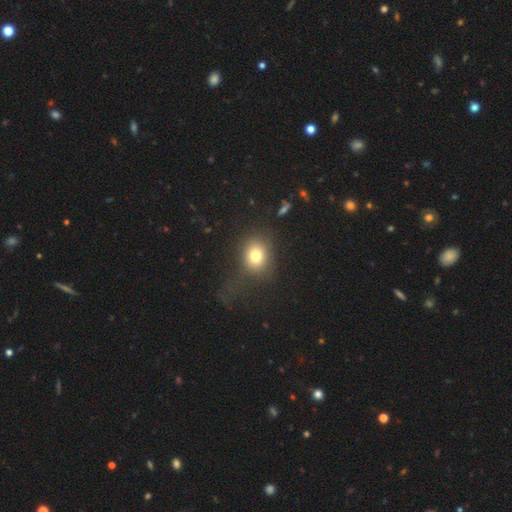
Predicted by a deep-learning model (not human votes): Q: Smooth or featured?
A: smooth (76%); runner-up: star or artifact (13%)
Q: How rounded?
A: round (60%); runner-up: in between (39%)
Q: Merging?
A: none (58%); runner-up: major disturbance (22%)